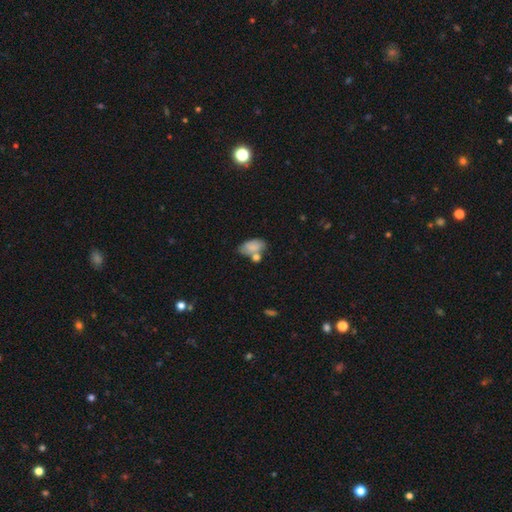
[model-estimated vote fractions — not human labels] Overall: smooth (75%). How rounded: in between (89%). Merging: none (43%; merger 31%).